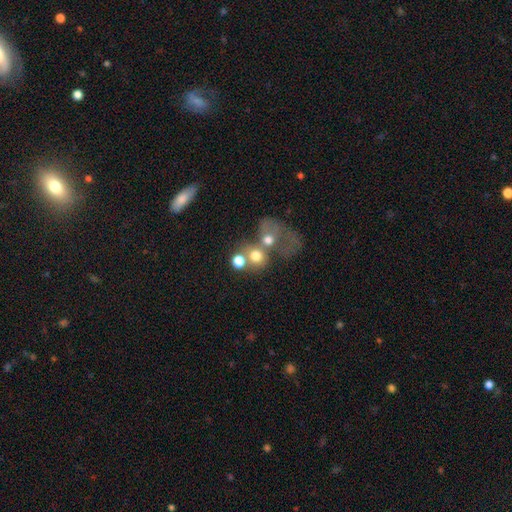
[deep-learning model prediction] smooth_or_featured: smooth (p=0.65) [alt: featured or disk p=0.20]
how_rounded: round (p=0.72) [alt: in between p=0.27]
merging: merger (p=0.53) [alt: none p=0.28]